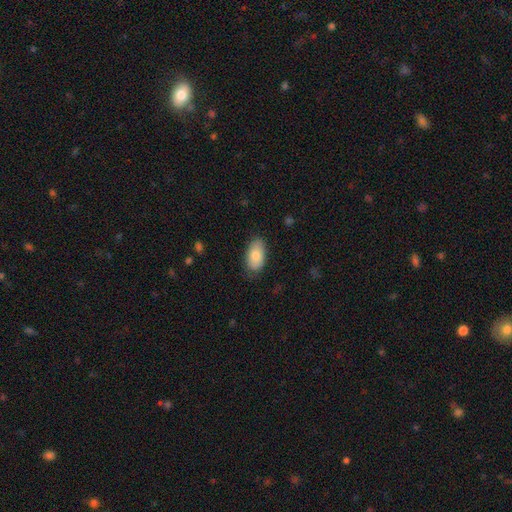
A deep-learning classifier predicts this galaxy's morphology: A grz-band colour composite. It shows a smooth galaxy with no disk features (81%) that is in between round and cigar-shaped (93%). Merging: none (79%).